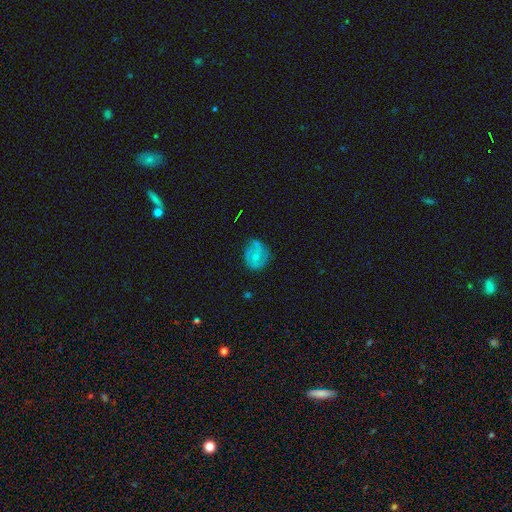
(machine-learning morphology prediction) type=featured or disk (50%); merging=none (64%).